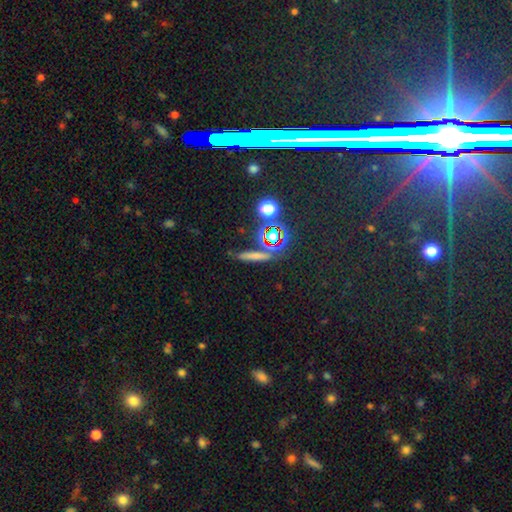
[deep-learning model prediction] A smooth galaxy with no disk features (56%) that is cigar-shaped (76%).

Vote fractions:
- Smooth or featured? smooth: 56% / star or artifact: 26% / featured or disk: 18%
- How rounded? cigar-shaped: 76% / round: 14% / in between: 10%
- Merging? none: 80% / minor disturbance: 10% / merger: 6% / major disturbance: 4%